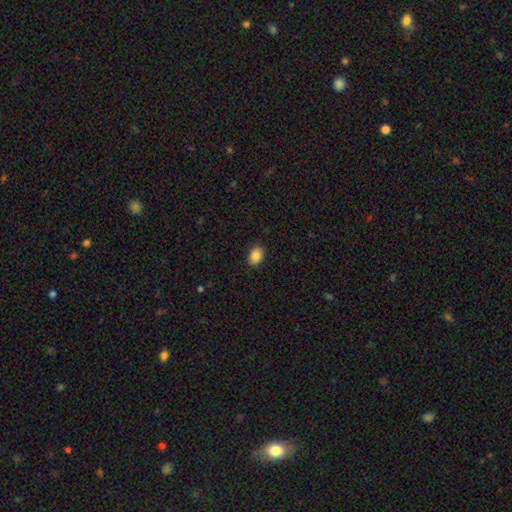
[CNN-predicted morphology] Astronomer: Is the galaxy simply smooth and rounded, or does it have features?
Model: smooth — 87%.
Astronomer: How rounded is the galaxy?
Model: in between — 75%.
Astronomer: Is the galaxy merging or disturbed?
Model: none — 88%.